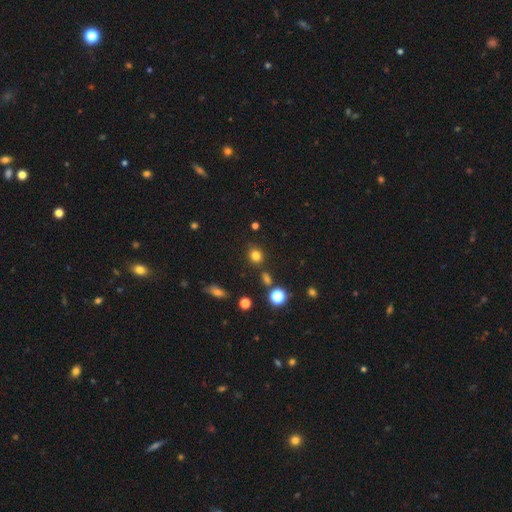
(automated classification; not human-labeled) A smooth galaxy with no disk features (78%) that is round (76%).

Vote fractions:
- Smooth or featured? smooth: 78% / star or artifact: 16% / featured or disk: 6%
- How rounded? round: 76% / in between: 23% / cigar-shaped: 1%
- Merging? none: 82% / minor disturbance: 11% / merger: 4% / major disturbance: 3%